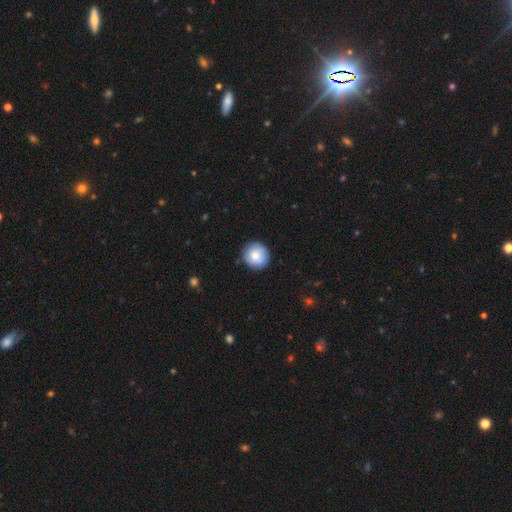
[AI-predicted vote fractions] Smooth or featured: smooth — 76% (featured or disk — 17%)
How rounded: round — 94% (in between — 5%)
Merging: none — 87% (minor disturbance — 10%)